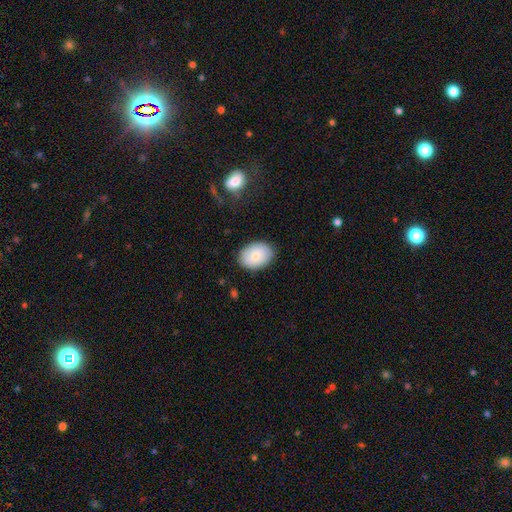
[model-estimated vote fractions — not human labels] A smooth galaxy with no disk features (79%) that is in between round and cigar-shaped (78%). Merging: none (84%).